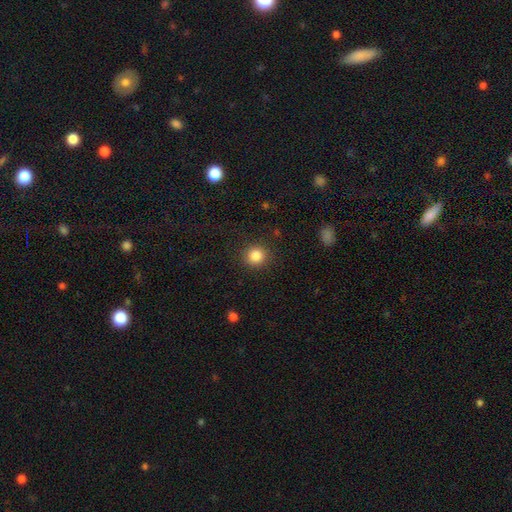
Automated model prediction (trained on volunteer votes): Smooth or featured? Predicted: smooth (p=0.85). How rounded? Predicted: round (p=0.91). Merging? Predicted: none (p=0.90).